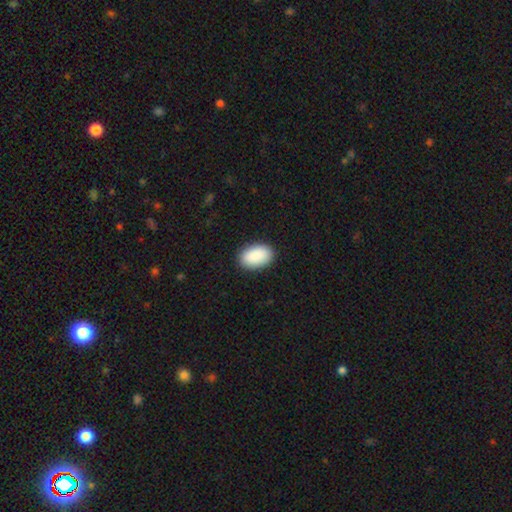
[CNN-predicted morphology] The model was most divided on "merging": none: 89%, minor disturbance: 8%, major disturbance: 2%, merger: 1%. More confident: how rounded — in between (93%); smooth or featured — smooth (91%).